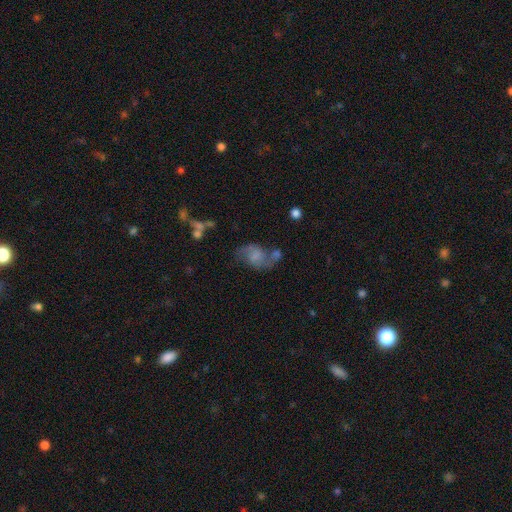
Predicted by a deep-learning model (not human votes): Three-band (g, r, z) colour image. It shows a featured or disk galaxy (58%) with no bar (54%), spiral arms (83%) and no central bulge (48%). Merging: none (46%).